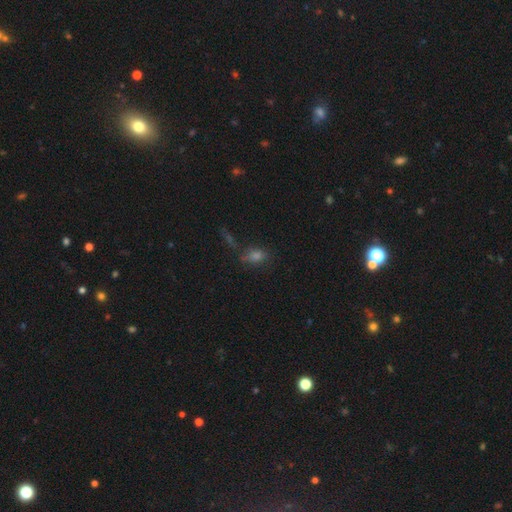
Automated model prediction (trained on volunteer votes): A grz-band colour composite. It shows a smooth galaxy with no disk features (61%) that is in between round and cigar-shaped (75%). Merging: none (60%).